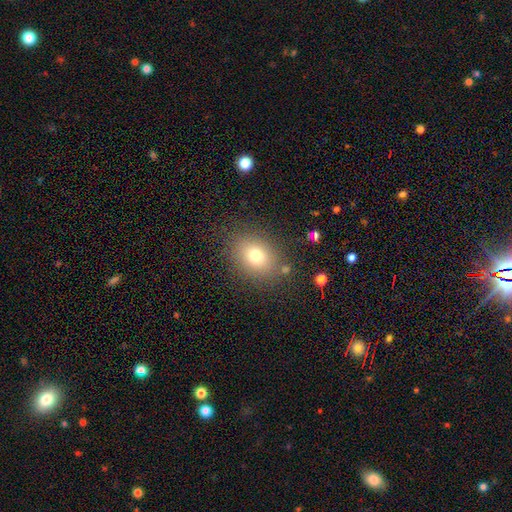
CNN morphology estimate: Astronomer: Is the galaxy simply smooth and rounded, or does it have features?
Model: smooth — 75%.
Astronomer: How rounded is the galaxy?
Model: in between — 55% (runner-up: round, 43%).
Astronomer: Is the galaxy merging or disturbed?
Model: none — 82%.